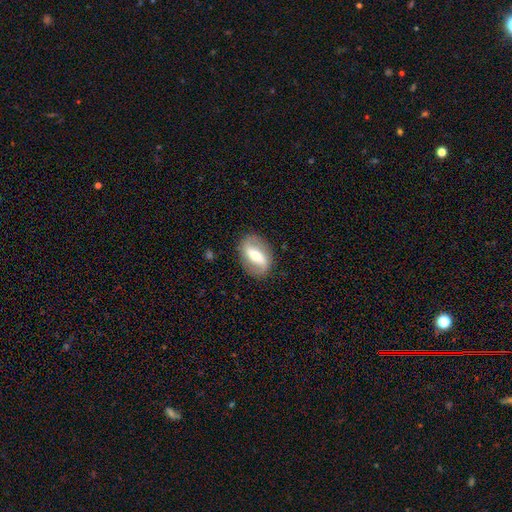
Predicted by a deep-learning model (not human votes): This is likely a featured or disk galaxy (65%). It is clearly not viewed edge-on (91%). Bar: possibly strong (55%). Spiral arm pattern: likely yes (72%). Central bulge: possibly moderate (57%). Merging: clearly none (84%).